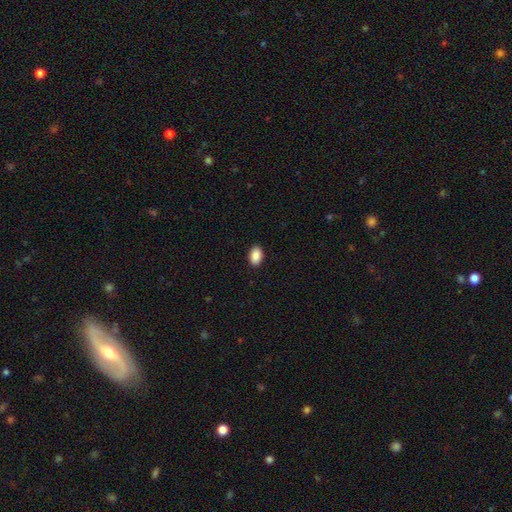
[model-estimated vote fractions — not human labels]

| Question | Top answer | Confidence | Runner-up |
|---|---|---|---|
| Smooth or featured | smooth | 90% | star or artifact (7%) |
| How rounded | in between | 90% | round (9%) |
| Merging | none | 91% | minor disturbance (7%) |